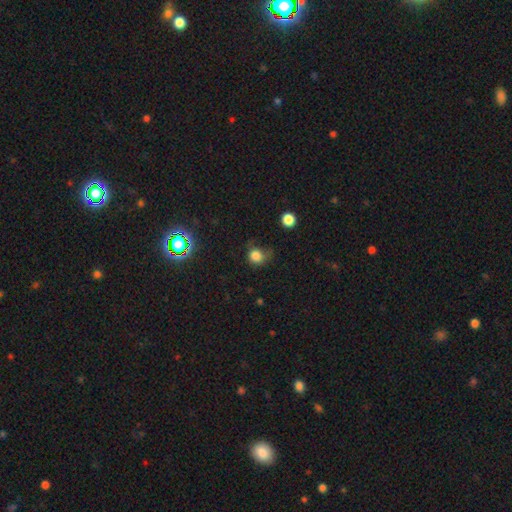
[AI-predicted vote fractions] The model was most divided on "merging": none: 46%, minor disturbance: 30%, major disturbance: 22%, merger: 3%. More confident: smooth or featured — smooth (79%); how rounded — round (77%).